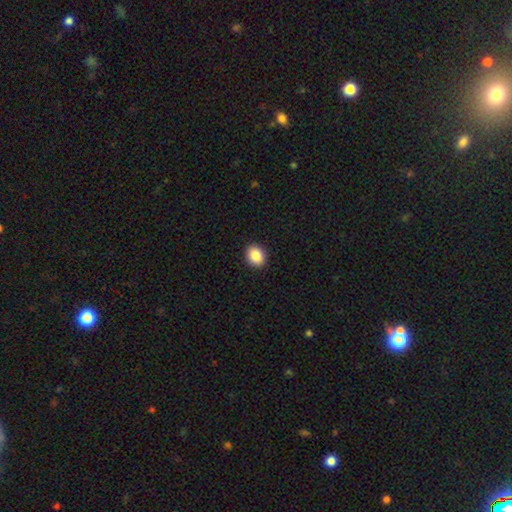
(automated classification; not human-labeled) This appears to be a smooth galaxy with no disk features (87%) that is round (54%). Merging: none (92%).